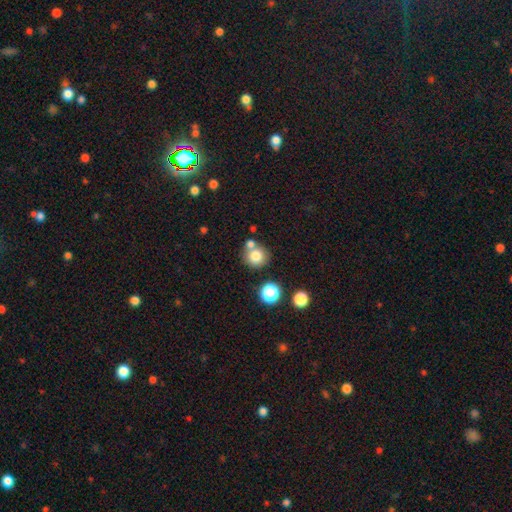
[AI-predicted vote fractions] Smooth or featured?
  - smooth: 77% *
  - star or artifact: 12%
  - featured or disk: 11%
How rounded?
  - round: 89% *
  - in between: 11%
  - cigar-shaped: 1%
Merging?
  - none: 62% *
  - merger: 25%
  - minor disturbance: 10%
  - major disturbance: 3%